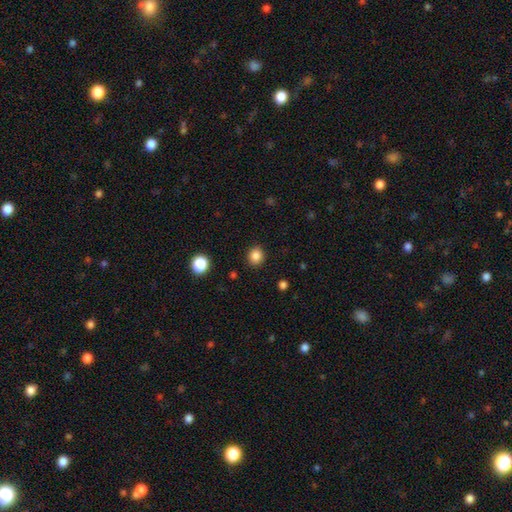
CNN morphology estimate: Smooth or featured?
  - smooth: 85% *
  - star or artifact: 11%
  - featured or disk: 4%
How rounded?
  - round: 78% *
  - in between: 21%
  - cigar-shaped: 1%
Merging?
  - none: 89% *
  - minor disturbance: 7%
  - major disturbance: 2%
  - merger: 1%